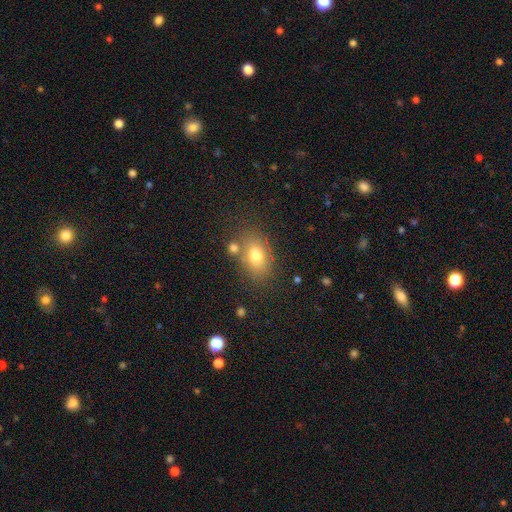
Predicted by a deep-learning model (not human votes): Morphology: type=smooth (75%); roundness=in between (82%); merging=none (69%).